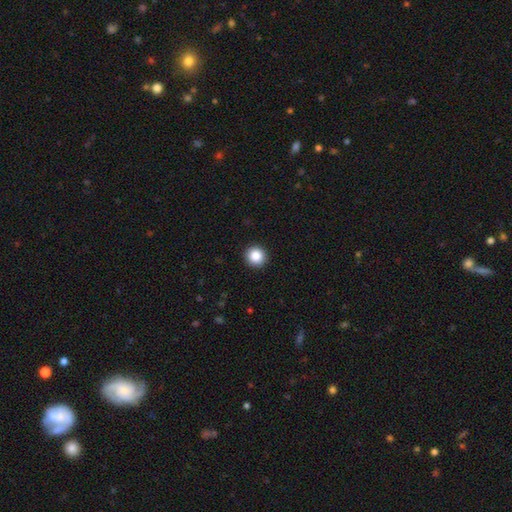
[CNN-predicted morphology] smooth 86%, star or artifact 9%, featured or disk 5%. Down the decision tree: how rounded — round (94%); merging — none (93%).